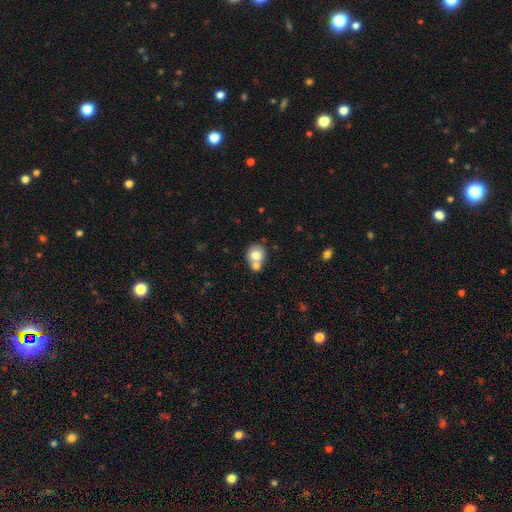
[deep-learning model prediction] smooth 75%, featured or disk 16%, star or artifact 9%. Down the decision tree: how rounded — round (76%); merging — merger (49%).